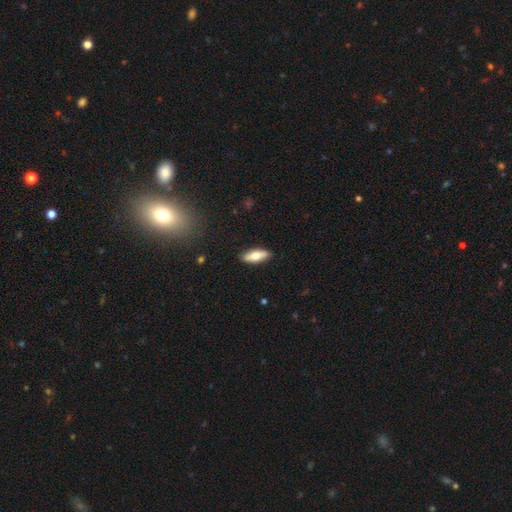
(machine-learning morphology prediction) Overall: smooth (73%). How rounded: in between (65%; cigar-shaped 33%). Merging: none (88%).